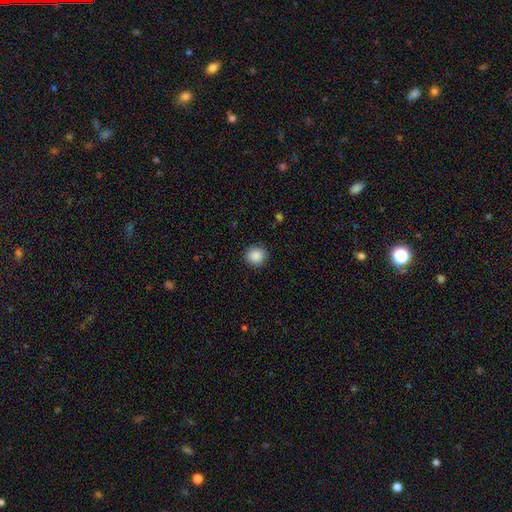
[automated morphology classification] The model was most divided on "smooth or featured": smooth: 89%, star or artifact: 8%, featured or disk: 3%. More confident: how rounded — round (93%); merging — none (91%).